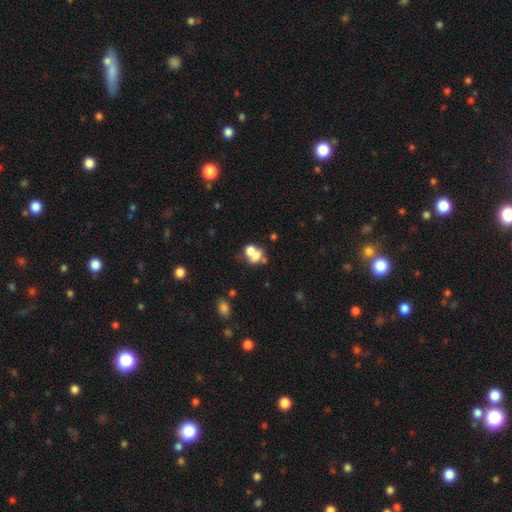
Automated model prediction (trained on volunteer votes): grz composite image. It shows a smooth galaxy with no disk features (62%) that is in between round and cigar-shaped (52%). Merging: merger (57%).